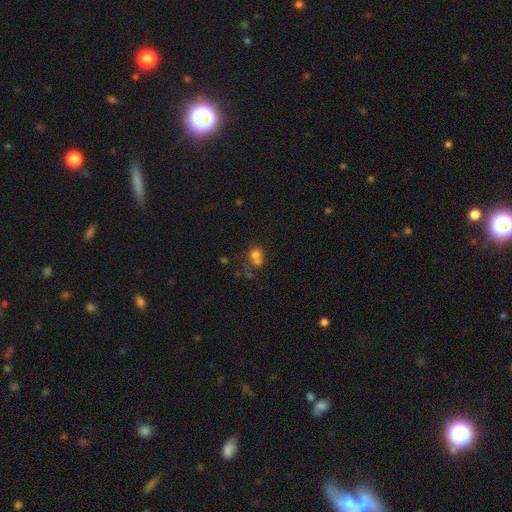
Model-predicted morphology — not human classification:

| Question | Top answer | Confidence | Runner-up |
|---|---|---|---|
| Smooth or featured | smooth | 68% | featured or disk (17%) |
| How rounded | round | 65% | in between (34%) |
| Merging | merger | 45% | none (32%) |